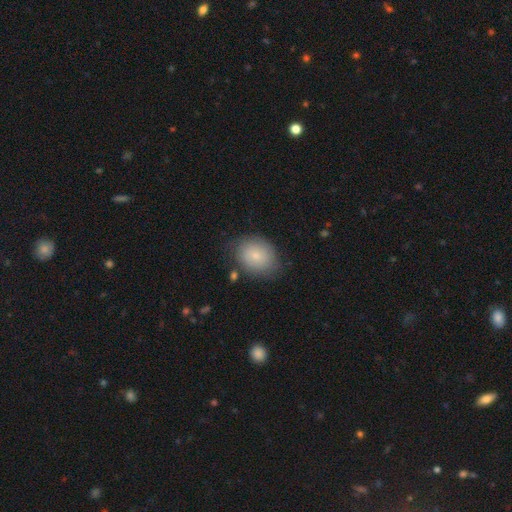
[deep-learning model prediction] Overall: smooth (78%). How rounded: in between (54%; round 45%). Merging: none (74%).